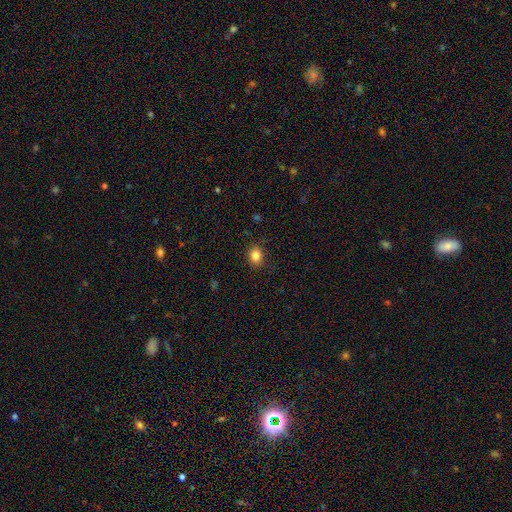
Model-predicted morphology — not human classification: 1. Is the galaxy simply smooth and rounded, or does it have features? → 84% smooth, 11% star or artifact, 5% featured or disk.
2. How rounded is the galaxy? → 50% round (tied), 50% in between (tied), 1% cigar-shaped.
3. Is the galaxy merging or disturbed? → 87% none, 9% minor disturbance, 3% major disturbance, 1% merger.